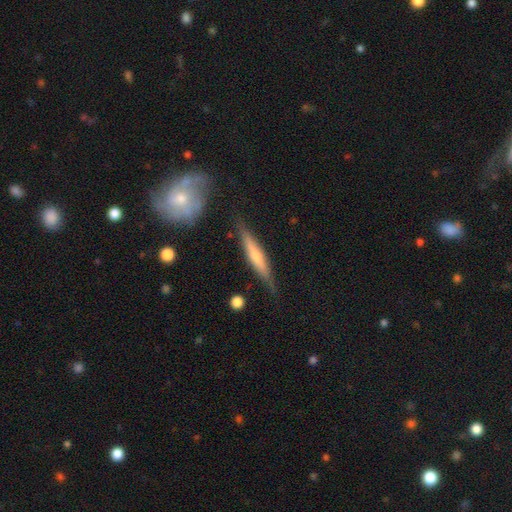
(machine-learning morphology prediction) Smooth or featured?
  - featured or disk: 65% *
  - smooth: 28%
  - star or artifact: 7%
Edge-on disk?
  - yes: 90% *
  - no: 10%
Edge-on bulge?
  - rounded: 68% *
  - none: 24%
  - boxy: 8%
Merging?
  - none: 78% *
  - minor disturbance: 16%
  - major disturbance: 3%
  - merger: 3%